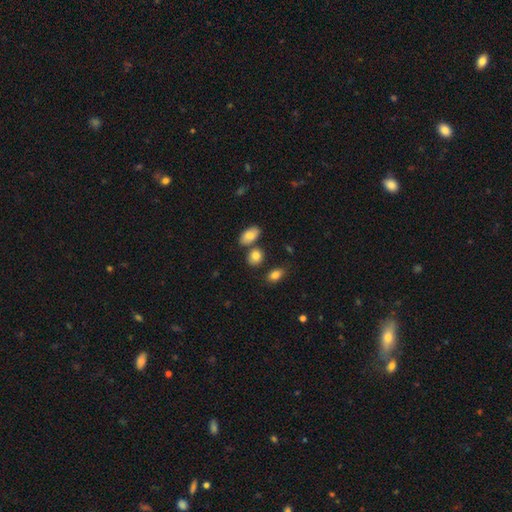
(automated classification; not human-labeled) Q: Smooth or featured?
A: smooth (82%); runner-up: featured or disk (9%)
Q: How rounded?
A: in between (66%); runner-up: round (32%)
Q: Merging?
A: none (70%); runner-up: merger (16%)